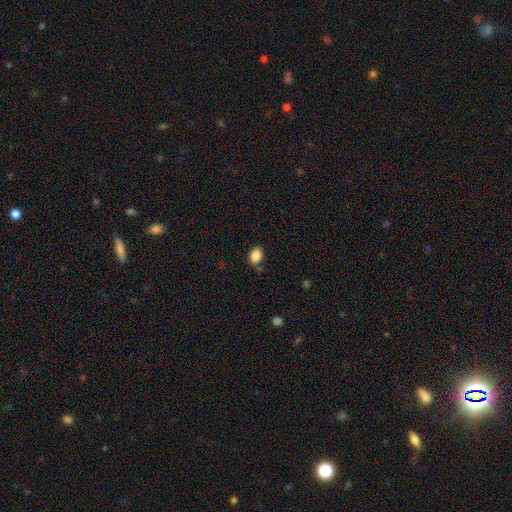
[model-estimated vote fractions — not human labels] The model was most divided on "how rounded": in between: 73%, round: 26%, cigar-shaped: 1%. More confident: smooth or featured — smooth (86%); merging — none (78%).